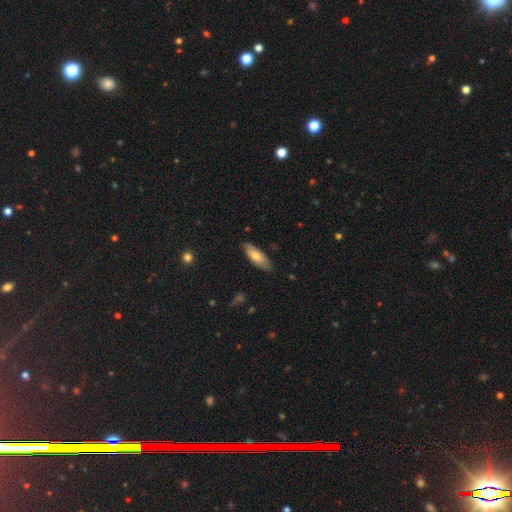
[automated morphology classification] type=smooth (63%); roundness=in between (68%); merging=none (80%).